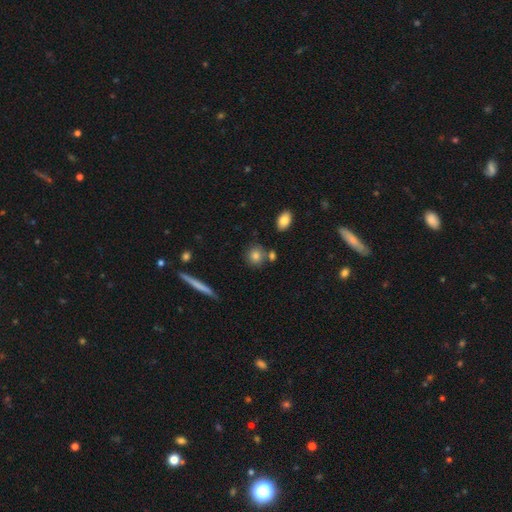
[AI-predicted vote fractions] Smooth or featured: smooth — 79% (featured or disk — 11%)
How rounded: round — 75% (in between — 22%)
Merging: none — 72% (merger — 13%)